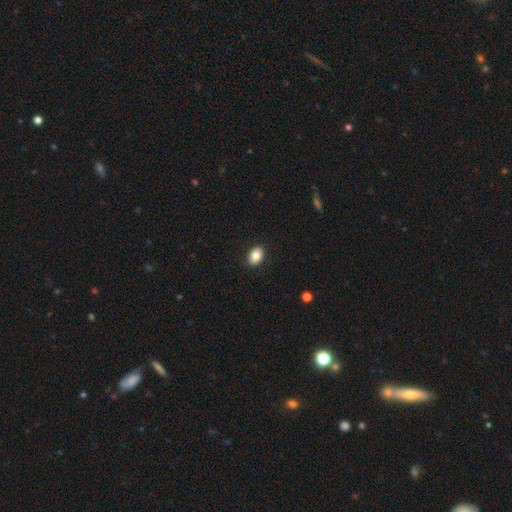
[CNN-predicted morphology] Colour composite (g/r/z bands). It shows a smooth galaxy with no disk features (83%) that is in between round and cigar-shaped (75%). Merging: none (90%).